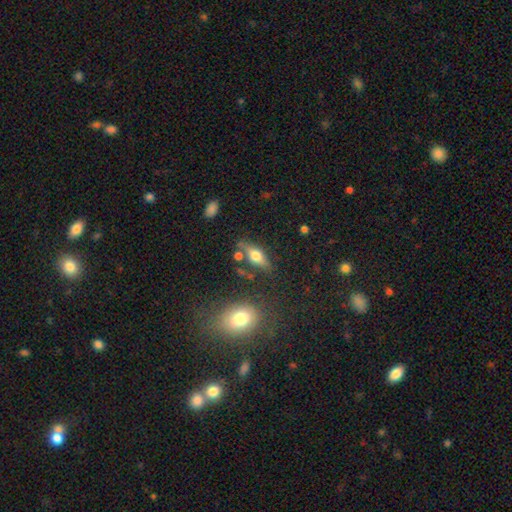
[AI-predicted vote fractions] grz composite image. It shows a smooth galaxy with no disk features (52%) that is in between round and cigar-shaped (69%). Merging: none (70%).